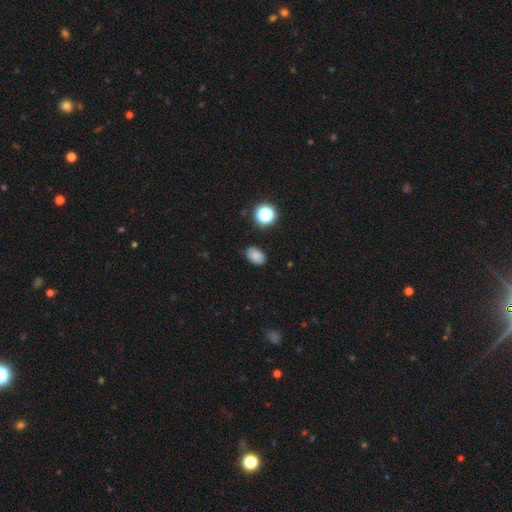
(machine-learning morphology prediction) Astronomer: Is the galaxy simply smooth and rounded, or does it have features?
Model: smooth — 80%.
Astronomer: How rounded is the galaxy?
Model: in between — 79%.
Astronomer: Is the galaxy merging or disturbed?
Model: none — 83%.